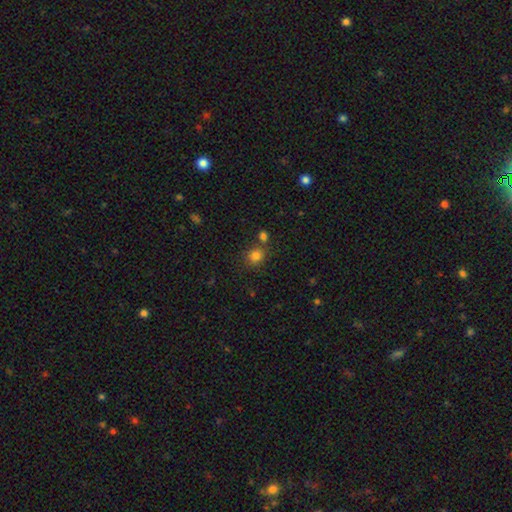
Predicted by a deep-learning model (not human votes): A smooth galaxy with no disk features (80%) that is round (80%). Merging: none (70%).